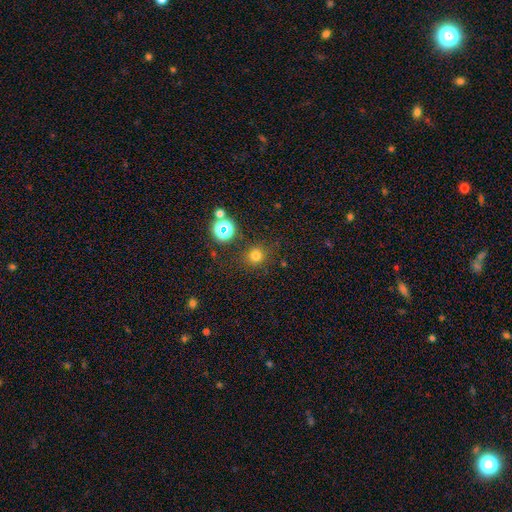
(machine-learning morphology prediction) This is likely a smooth galaxy (73%). How rounded: clearly round (91%). Merging: clearly none (83%).